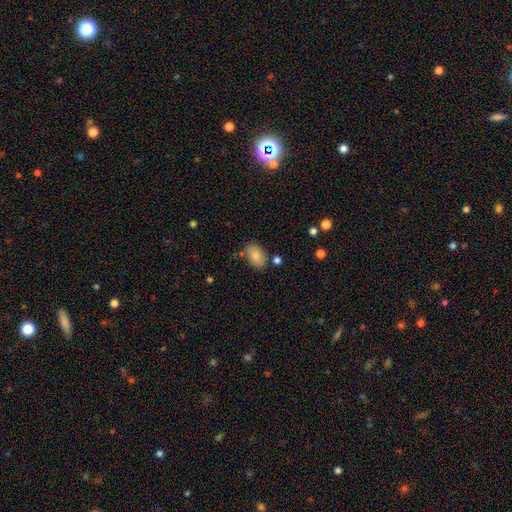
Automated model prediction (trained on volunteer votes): A smooth galaxy with no disk features (84%) that is in between round and cigar-shaped (88%).

Vote fractions:
- Smooth or featured? smooth: 84% / featured or disk: 9% / star or artifact: 8%
- How rounded? in between: 88% / round: 10% / cigar-shaped: 1%
- Merging? none: 74% / minor disturbance: 16% / merger: 7% / major disturbance: 4%